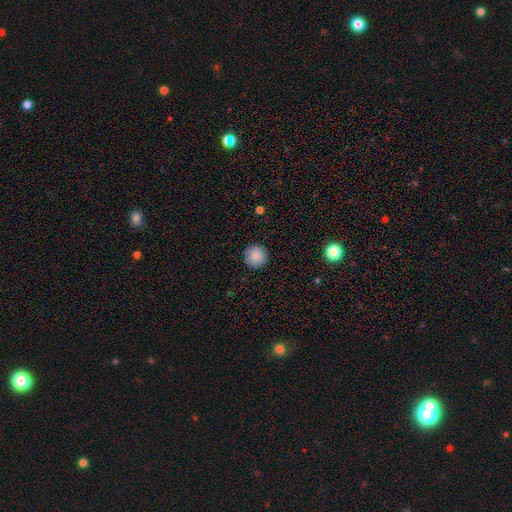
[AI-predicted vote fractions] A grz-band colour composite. It shows a smooth galaxy with no disk features (88%) that is round (96%). Merging: none (92%).